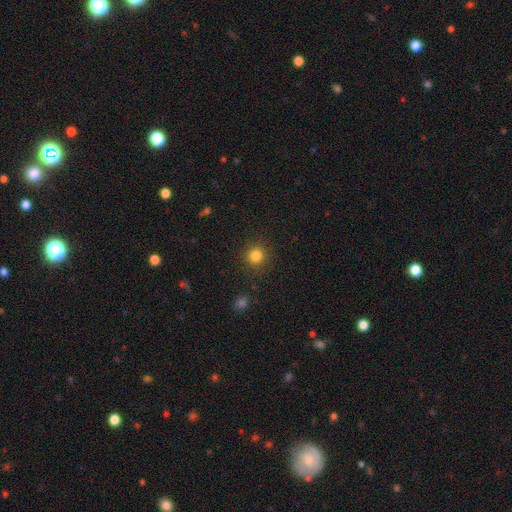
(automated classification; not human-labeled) Q: Smooth or featured?
A: smooth (83%); runner-up: star or artifact (13%)
Q: How rounded?
A: round (93%); runner-up: in between (6%)
Q: Merging?
A: none (90%); runner-up: minor disturbance (6%)